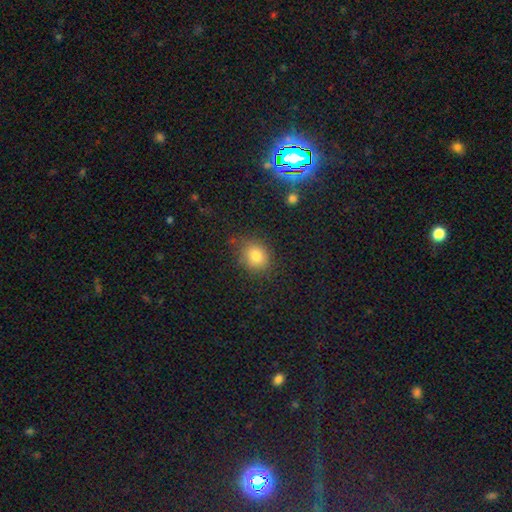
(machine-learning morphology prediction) This appears to be a smooth galaxy with no disk features (81%) that is round (63%). Merging: none (76%).